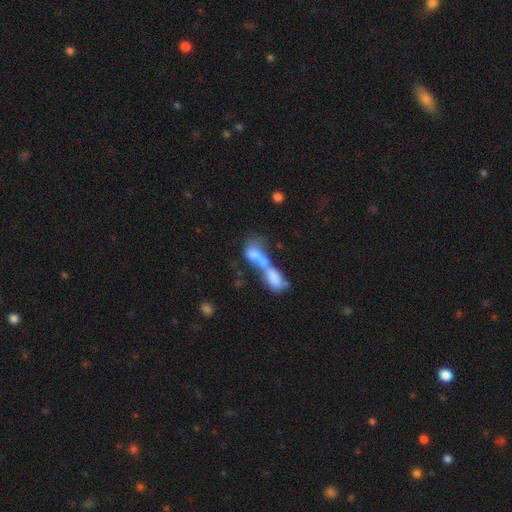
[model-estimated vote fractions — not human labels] smooth-or-featured: smooth: 63% | featured or disk: 29% | star or artifact: 9%
  how-rounded: in between: 76% | cigar-shaped: 13% | round: 11%
  merging: merger: 80% | none: 8% | major disturbance: 8% | minor disturbance: 4%